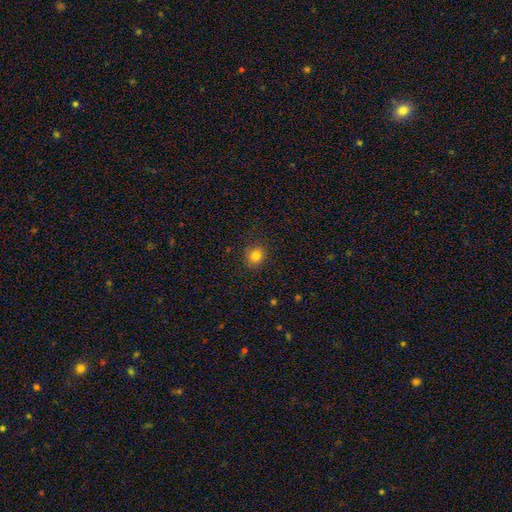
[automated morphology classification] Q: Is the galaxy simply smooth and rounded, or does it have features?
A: smooth — 81%.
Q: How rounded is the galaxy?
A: round — 81%.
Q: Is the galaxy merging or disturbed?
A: none — 86%.